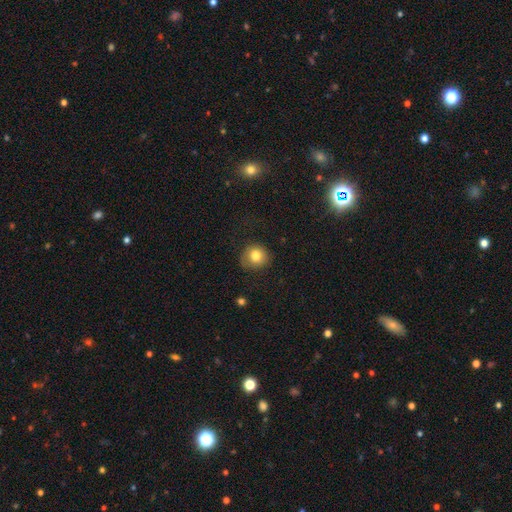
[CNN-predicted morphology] Smooth or featured: smooth — 81% (star or artifact — 9%)
How rounded: round — 86% (in between — 13%)
Merging: none — 76% (minor disturbance — 16%)